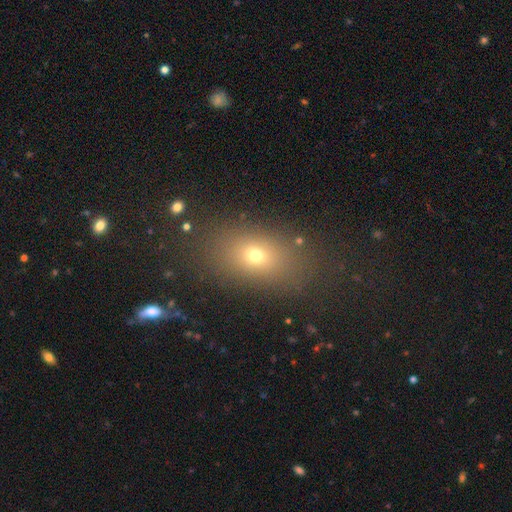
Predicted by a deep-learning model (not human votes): A smooth galaxy with no disk features (67%) that is in between round and cigar-shaped (74%). Merging: none (82%).